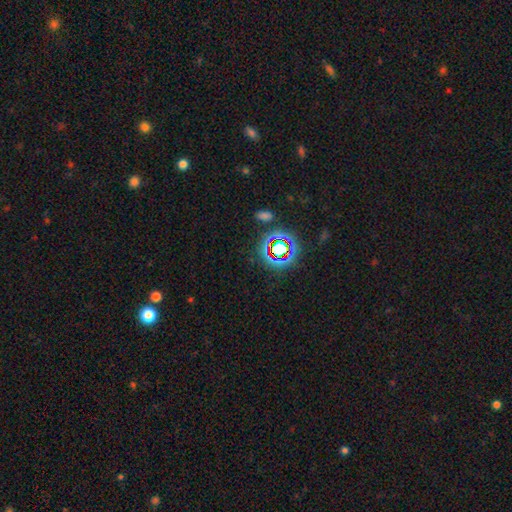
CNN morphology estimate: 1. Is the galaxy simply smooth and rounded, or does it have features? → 68% star or artifact, 16% smooth, 16% featured or disk.